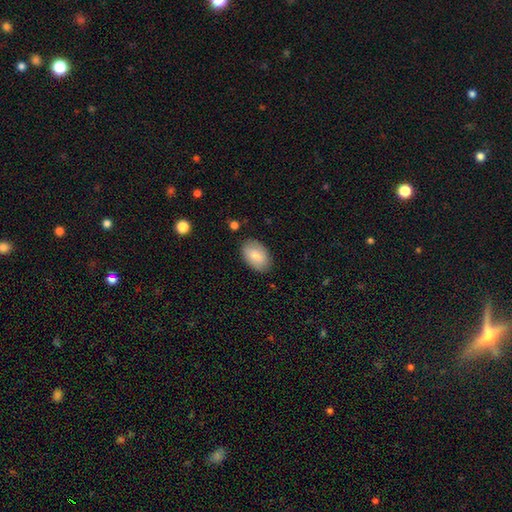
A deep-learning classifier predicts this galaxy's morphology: This appears to be a smooth galaxy with no disk features (80%) that is in between round and cigar-shaped (92%). Merging: none (84%).